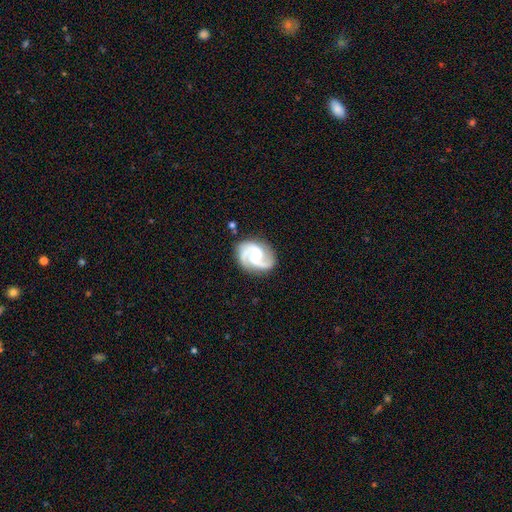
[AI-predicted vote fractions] The model was most divided on "bar": weak: 46%, no: 42%, strong: 13%. More confident: spiral arms — yes (98%); edge-on disk — no (98%); smooth or featured — featured or disk (92%); spiral arm count — 2 (85%); merging — none (81%); spiral winding — medium (61%); bulge size — moderate (50%).